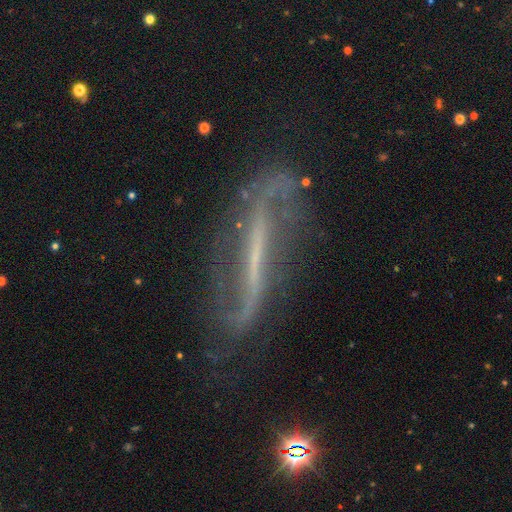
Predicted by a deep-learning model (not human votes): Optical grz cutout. It shows a featured or disk galaxy (84%) with a strong bar (70%), spiral arms (82%) and no central bulge (44%). Merging: none (60%).